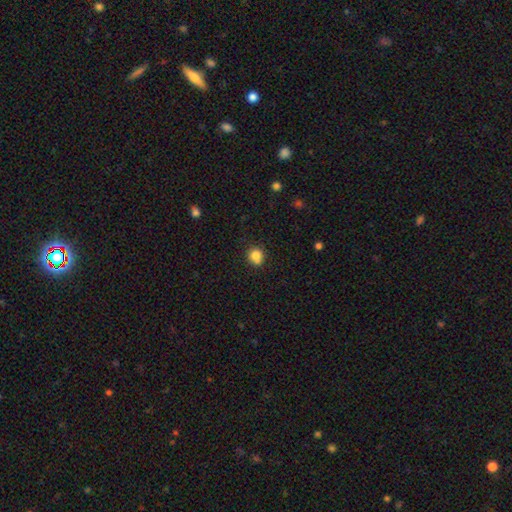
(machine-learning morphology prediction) A smooth galaxy with no disk features (82%) that is round (81%). Merging: none (69%).